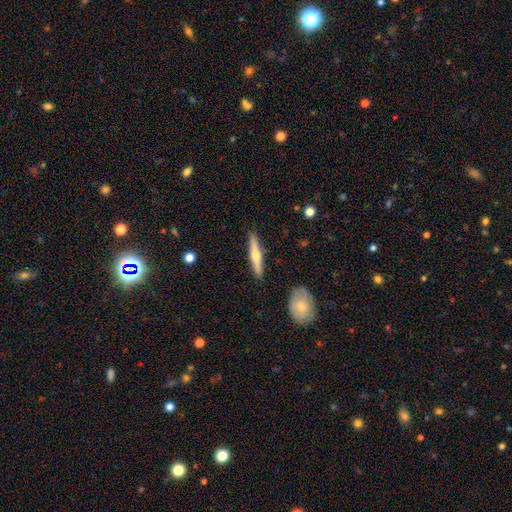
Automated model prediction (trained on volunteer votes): Overall: featured or disk (55%; smooth 40%). Edge-on disk: yes (96%). Edge-on bulge: rounded (90%). Merging: none (91%).